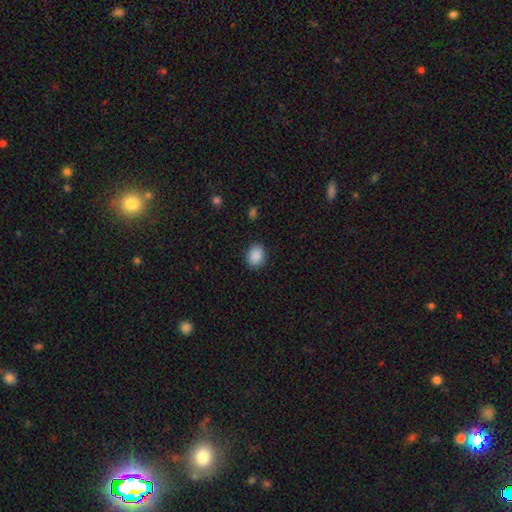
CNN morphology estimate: type=smooth (89%); roundness=in between (51%); merging=none (87%).